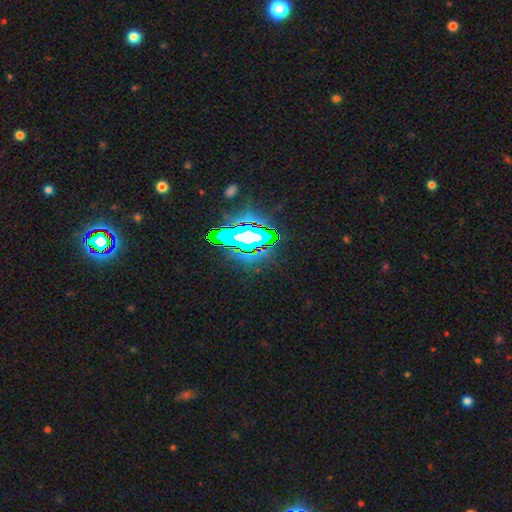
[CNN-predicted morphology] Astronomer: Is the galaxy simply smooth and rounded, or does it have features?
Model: star or artifact — 82%.